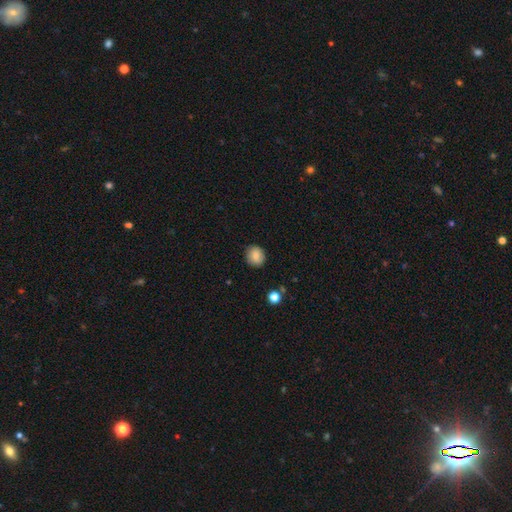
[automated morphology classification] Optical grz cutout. It shows a smooth galaxy with no disk features (82%) that is round (81%). Merging: none (86%).